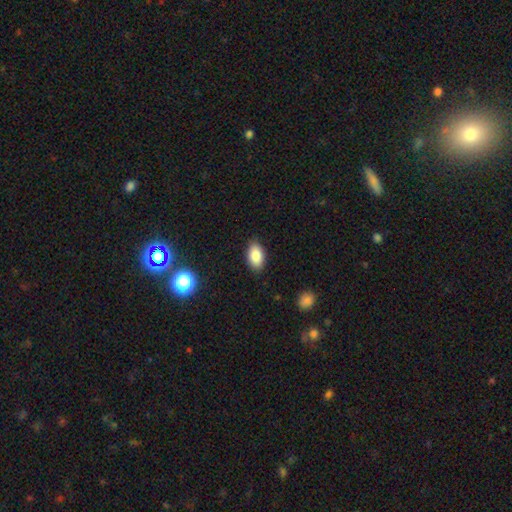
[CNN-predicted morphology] The model was most divided on "smooth or featured": smooth: 85%, star or artifact: 8%, featured or disk: 7%. More confident: how rounded — in between (92%); merging — none (87%).